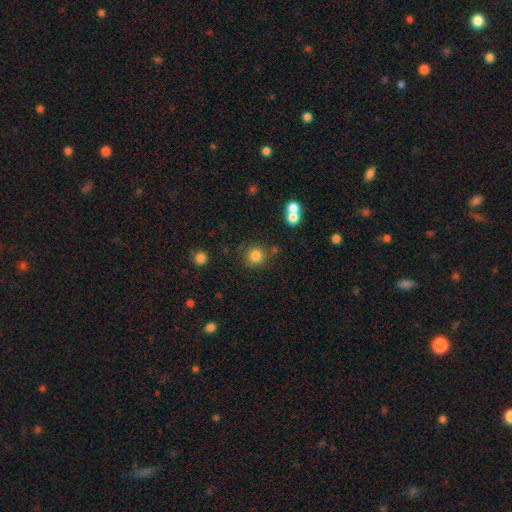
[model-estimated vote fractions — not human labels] Smooth or featured?
  - smooth: 82% *
  - star or artifact: 13%
  - featured or disk: 6%
How rounded?
  - round: 92% *
  - in between: 7%
  - cigar-shaped: 1%
Merging?
  - none: 80% *
  - minor disturbance: 9%
  - merger: 7%
  - major disturbance: 3%